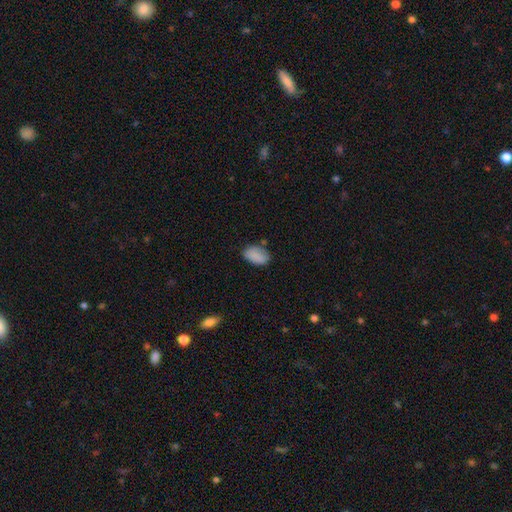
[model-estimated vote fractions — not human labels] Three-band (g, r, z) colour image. It shows a smooth galaxy with no disk features (86%) that is in between round and cigar-shaped (90%). Merging: none (72%).